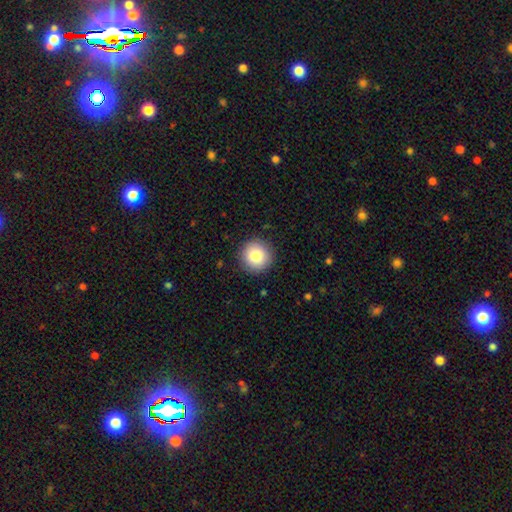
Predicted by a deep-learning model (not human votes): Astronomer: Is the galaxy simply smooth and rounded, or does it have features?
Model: smooth — 84%.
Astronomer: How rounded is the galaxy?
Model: round — 95%.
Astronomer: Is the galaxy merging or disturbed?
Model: none — 91%.